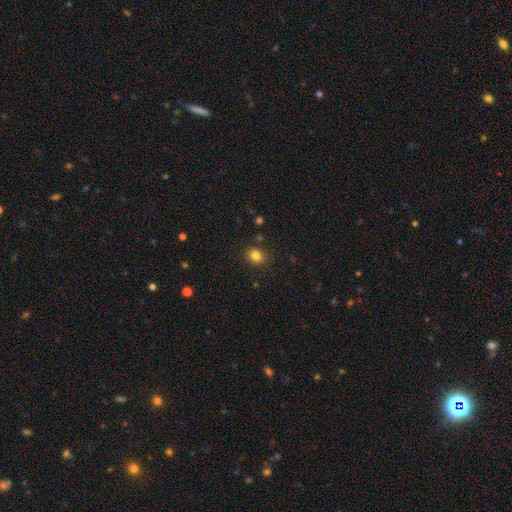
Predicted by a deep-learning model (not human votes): Overall: smooth (82%). How rounded: round (71%). Merging: none (86%).